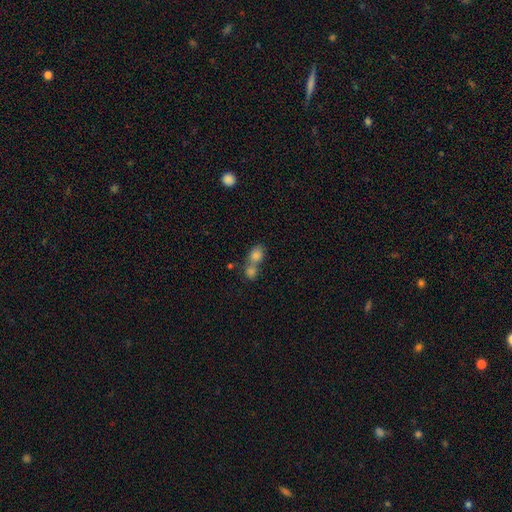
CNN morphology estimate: Smooth or featured? smooth (79%)
How rounded? in between (53%)
Merging? merger (61%)